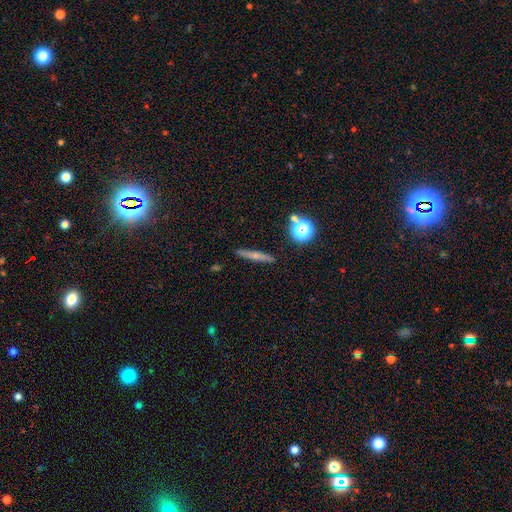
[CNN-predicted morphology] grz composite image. It shows a smooth galaxy with no disk features (48%). Merging: none (88%).